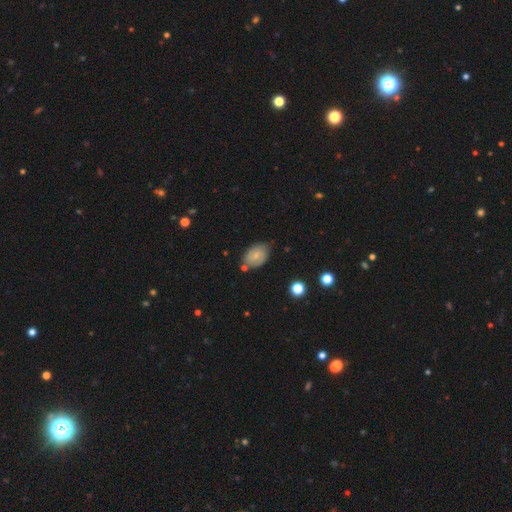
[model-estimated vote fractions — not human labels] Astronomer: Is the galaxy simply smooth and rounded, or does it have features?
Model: smooth — 71%.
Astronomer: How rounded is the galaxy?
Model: in between — 83%.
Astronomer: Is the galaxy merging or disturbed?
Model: none — 70%.